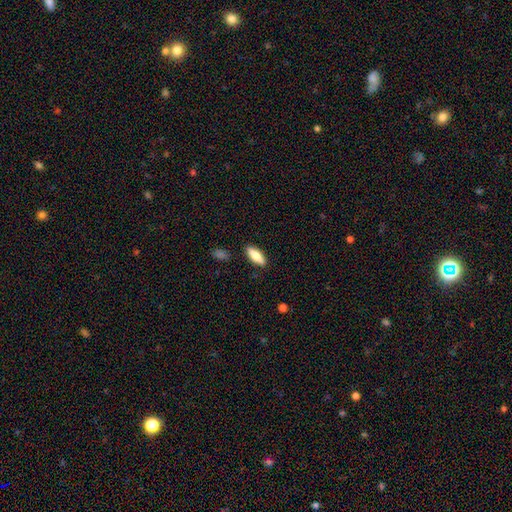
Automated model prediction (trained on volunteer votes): smooth 76%, featured or disk 18%, star or artifact 6%. Down the decision tree: how rounded — in between (64%); merging — none (88%).